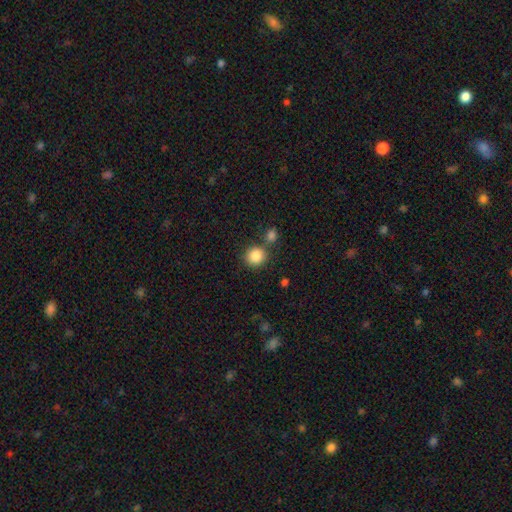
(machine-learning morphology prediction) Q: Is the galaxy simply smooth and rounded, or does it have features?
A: smooth — 86%.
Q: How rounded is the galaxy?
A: round — 88%.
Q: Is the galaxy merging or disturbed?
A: none — 69%.